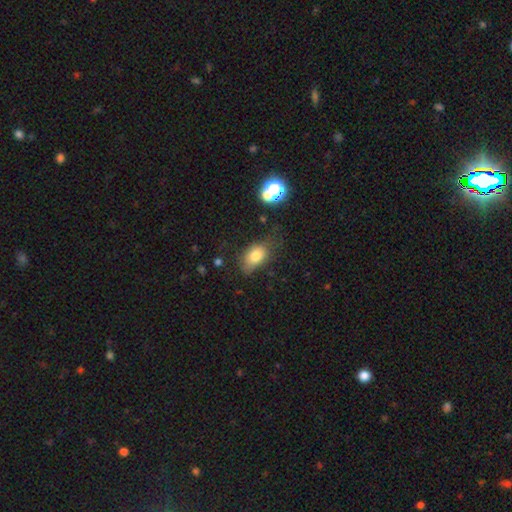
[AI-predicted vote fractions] Morphology: type=smooth (76%); roundness=in between (80%); merging=none (57%).